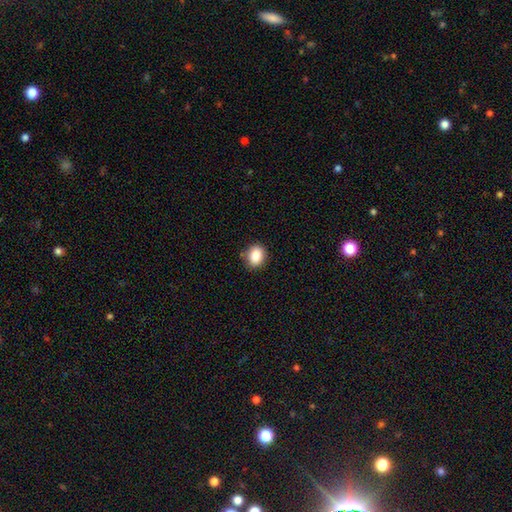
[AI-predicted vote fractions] smooth_or_featured: smooth (p=0.87) [alt: star or artifact p=0.09]
how_rounded: in between (p=0.57) [alt: round p=0.42]
merging: none (p=0.85) [alt: minor disturbance p=0.11]